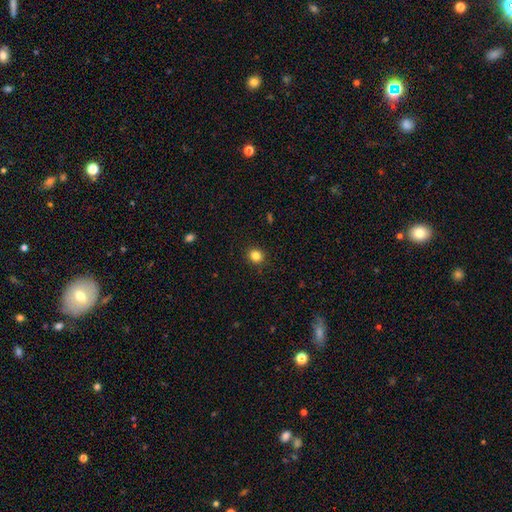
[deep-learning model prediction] A smooth galaxy with no disk features (83%) that is round (84%).

Vote fractions:
- Smooth or featured? smooth: 83% / star or artifact: 12% / featured or disk: 5%
- How rounded? round: 84% / in between: 15% / cigar-shaped: 1%
- Merging? none: 91% / minor disturbance: 6% / major disturbance: 2% / merger: 1%